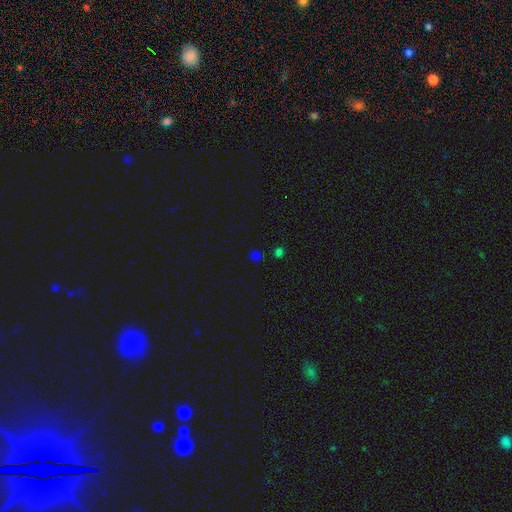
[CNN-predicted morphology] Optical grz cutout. It shows a smooth galaxy with no disk features (61%) that is round (79%). Merging: none (78%).